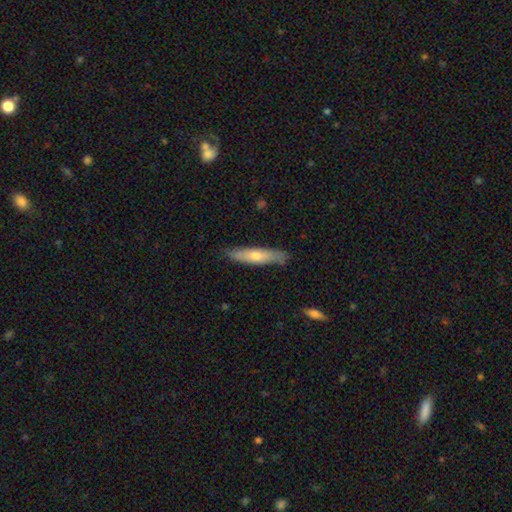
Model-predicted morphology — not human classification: This appears to be a smooth galaxy with no disk features (60%) that is cigar-shaped (80%). Merging: none (84%).